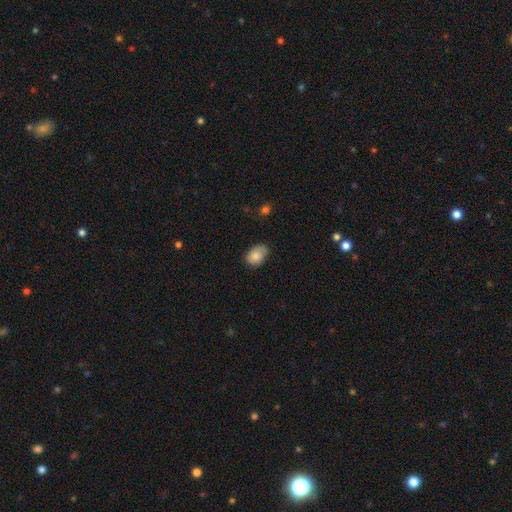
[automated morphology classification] Smooth or featured?
  - smooth: 84% *
  - featured or disk: 9%
  - star or artifact: 7%
How rounded?
  - in between: 77% *
  - round: 22%
  - cigar-shaped: 1%
Merging?
  - none: 64% *
  - minor disturbance: 29%
  - major disturbance: 5%
  - merger: 1%